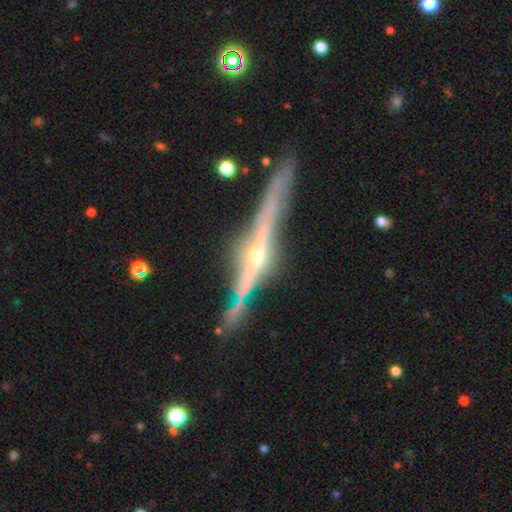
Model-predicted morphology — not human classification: Smooth or featured? Predicted: featured or disk (p=0.87). Edge-on disk? Predicted: yes (p=0.97). Edge-on bulge? Predicted: rounded (p=0.81). Merging? Predicted: none (p=0.79).